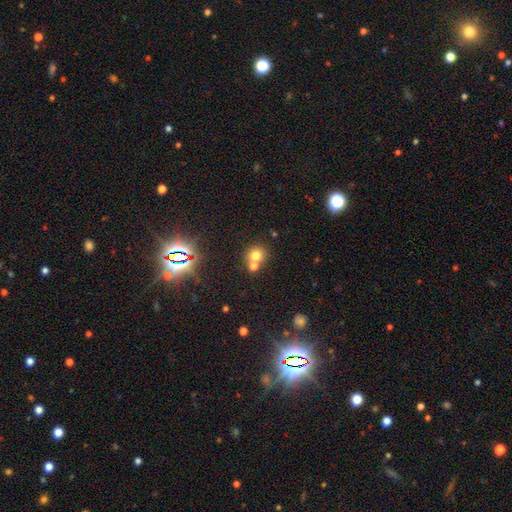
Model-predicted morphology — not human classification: Smooth or featured: smooth — 71% (star or artifact — 18%)
How rounded: round — 85% (in between — 14%)
Merging: none — 48% (merger — 43%)